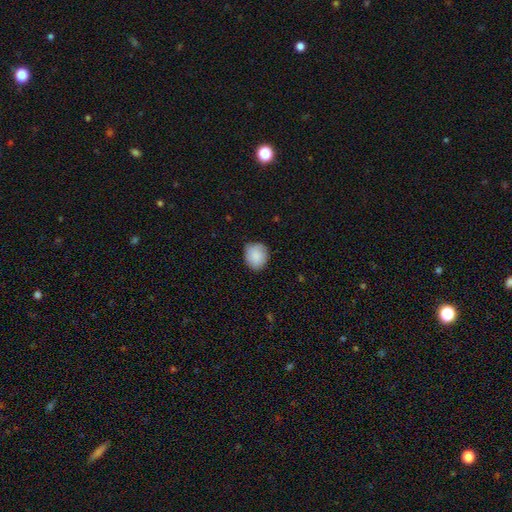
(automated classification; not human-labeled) Smooth or featured? smooth (88%)
How rounded? round (69%)
Merging? none (80%)